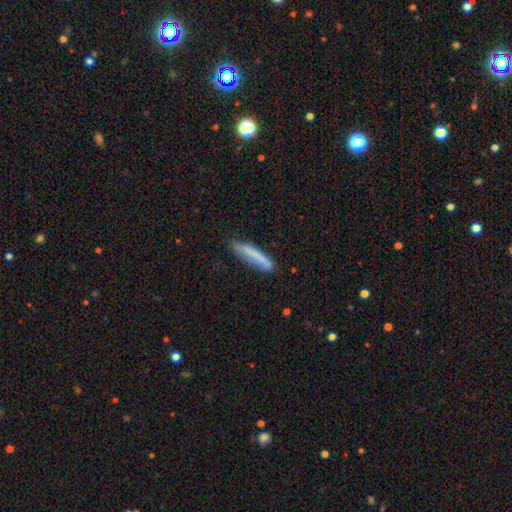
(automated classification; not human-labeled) The model was most divided on "merging": none: 67%, minor disturbance: 24%, major disturbance: 6%, merger: 3%. More confident: how rounded — cigar-shaped (89%); smooth or featured — smooth (70%).